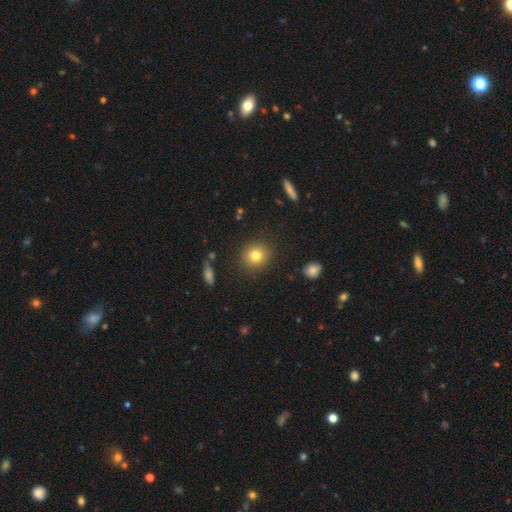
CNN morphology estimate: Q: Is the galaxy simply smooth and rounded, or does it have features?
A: smooth — 80%.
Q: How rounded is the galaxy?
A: round — 85%.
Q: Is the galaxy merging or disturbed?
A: none — 89%.